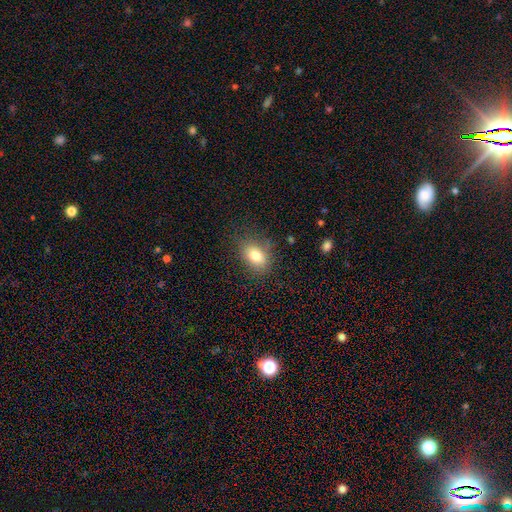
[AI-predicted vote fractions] Smooth or featured? Predicted: smooth (p=0.79). How rounded? Predicted: in between (p=0.80). Merging? Predicted: none (p=0.72).